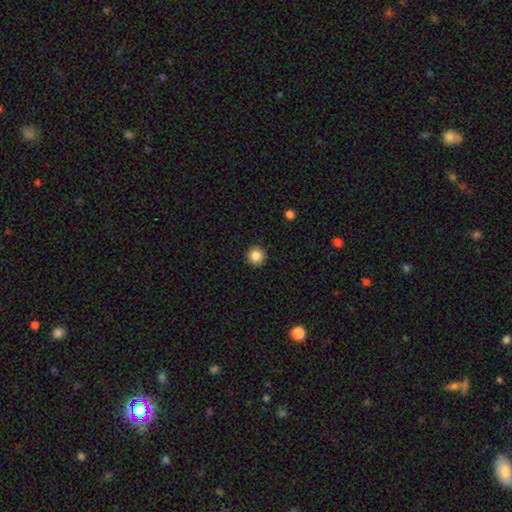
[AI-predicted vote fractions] Overall: smooth (87%). How rounded: round (96%). Merging: none (92%).